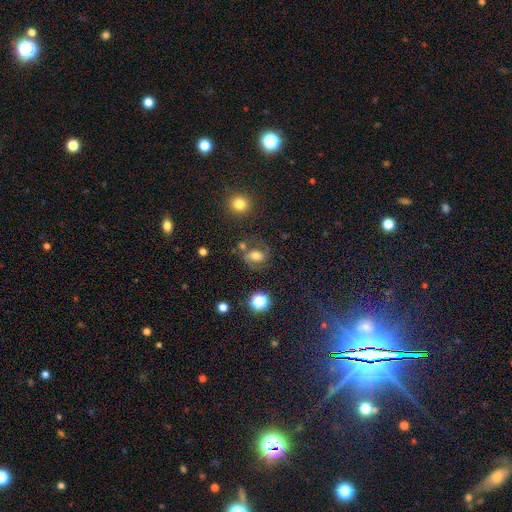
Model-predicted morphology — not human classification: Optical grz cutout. It shows a smooth galaxy with no disk features (43%, tied with featured or disk). Merging: none (60%).